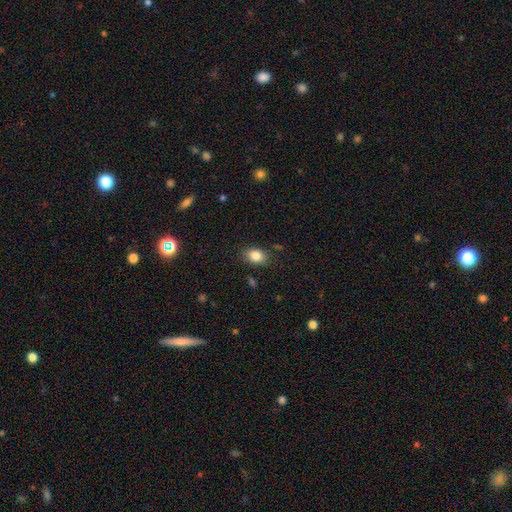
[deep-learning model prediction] Morphology: type=smooth (85%); roundness=in between (75%); merging=none (82%).